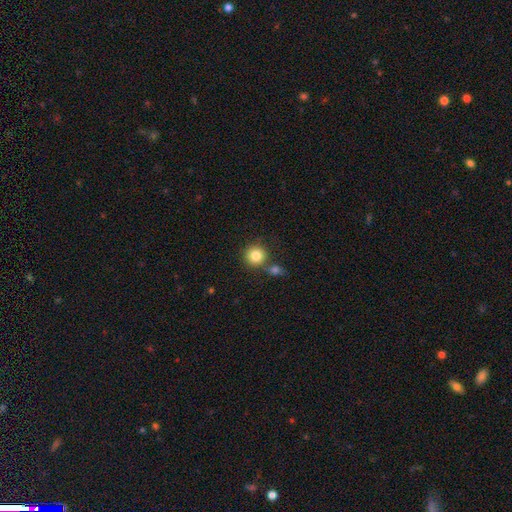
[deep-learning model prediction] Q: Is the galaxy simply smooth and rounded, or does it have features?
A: smooth — 83%.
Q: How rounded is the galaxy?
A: round — 93%.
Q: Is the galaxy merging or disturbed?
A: none — 70%.